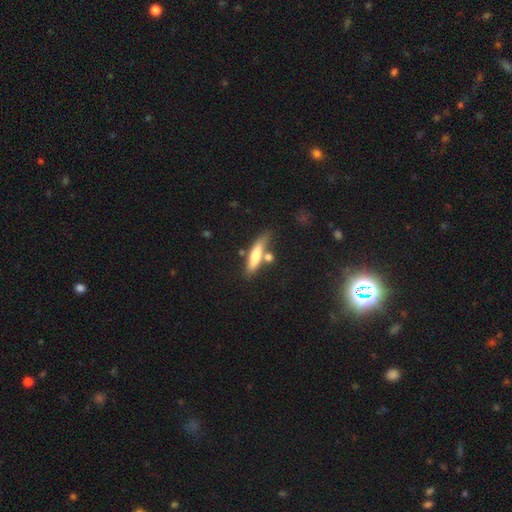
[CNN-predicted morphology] Smooth or featured? smooth (66%)
How rounded? cigar-shaped (75%)
Merging? none (57%)